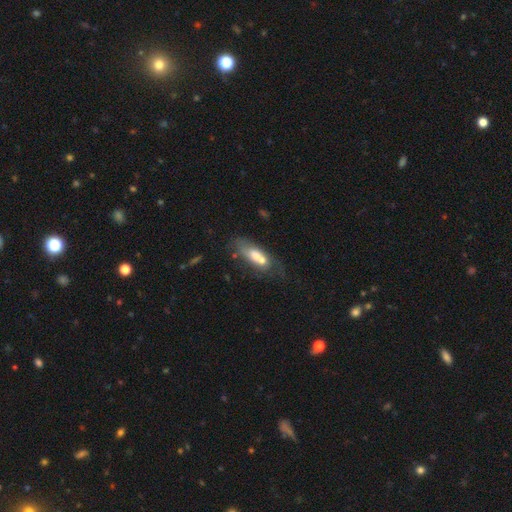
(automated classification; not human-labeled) Overall: smooth (60%; featured or disk 31%). How rounded: in between (68%). Merging: merger (36%; none 31%).